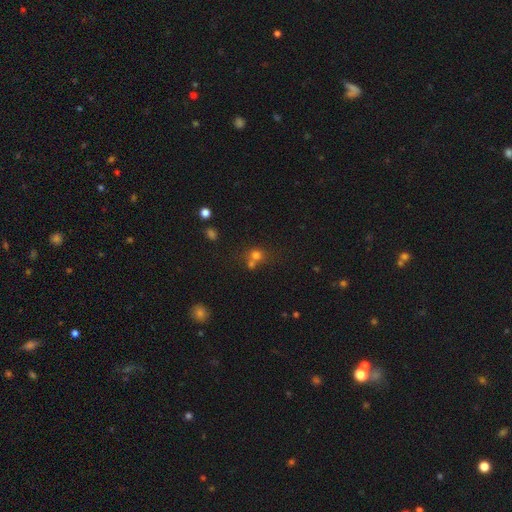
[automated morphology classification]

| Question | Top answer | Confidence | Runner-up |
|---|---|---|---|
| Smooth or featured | smooth | 70% | star or artifact (18%) |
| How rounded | round | 79% | in between (20%) |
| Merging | none | 46% | merger (41%) |